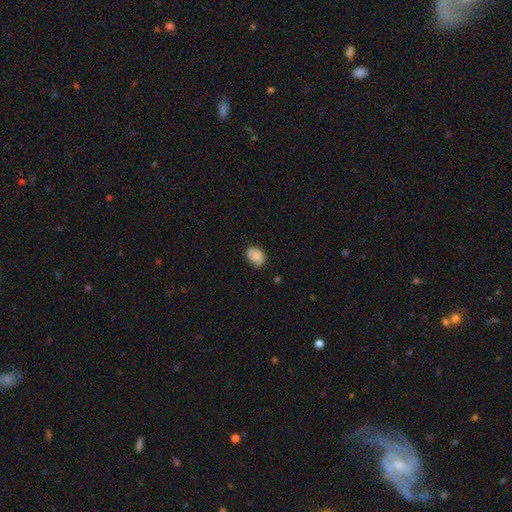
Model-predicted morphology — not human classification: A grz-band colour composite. It shows a smooth galaxy with no disk features (72%) that is in between round and cigar-shaped (70%). Merging: none (61%).